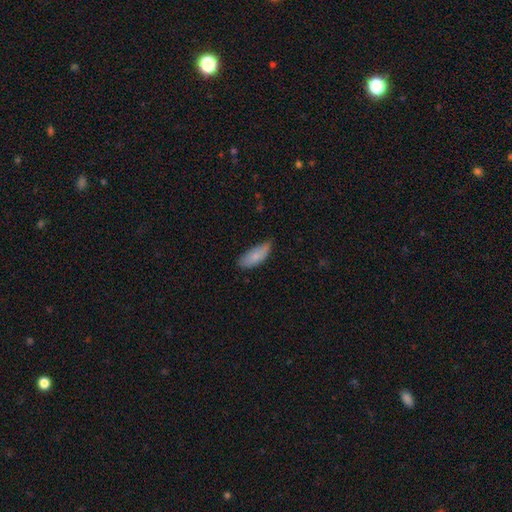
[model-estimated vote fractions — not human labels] The model was most divided on "merging": none: 53%, minor disturbance: 39%, major disturbance: 7%, merger: 2%. More confident: how rounded — in between (84%); smooth or featured — smooth (80%).